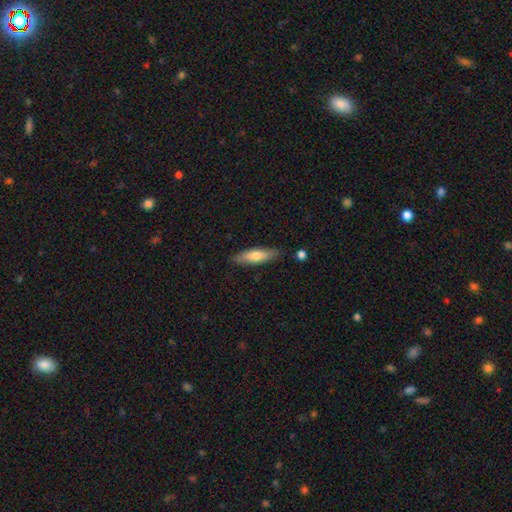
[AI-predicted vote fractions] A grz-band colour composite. It shows a smooth galaxy with no disk features (67%) that is cigar-shaped (61%). Merging: none (84%).